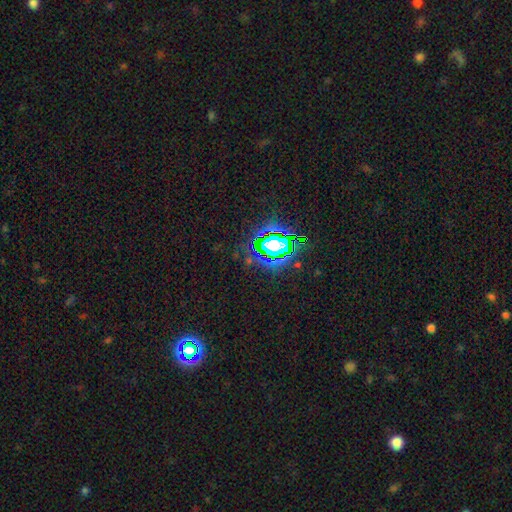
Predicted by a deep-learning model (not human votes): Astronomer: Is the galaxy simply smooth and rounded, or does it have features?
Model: star or artifact — 76%.